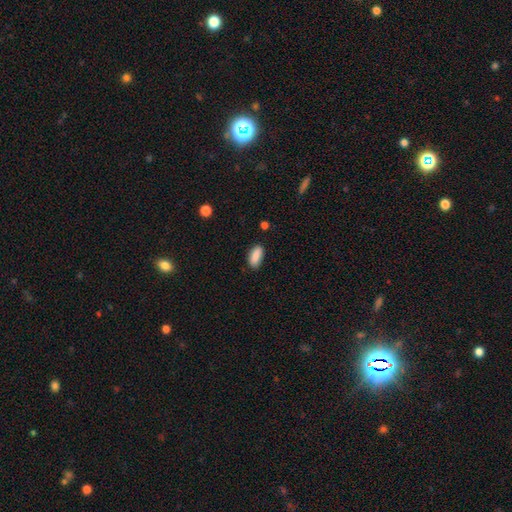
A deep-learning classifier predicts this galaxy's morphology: A smooth galaxy with no disk features (89%) that is in between round and cigar-shaped (86%).

Vote fractions:
- Smooth or featured? smooth: 89% / star or artifact: 7% / featured or disk: 4%
- How rounded? in between: 86% / cigar-shaped: 11% / round: 2%
- Merging? none: 81% / minor disturbance: 15% / major disturbance: 3% / merger: 2%